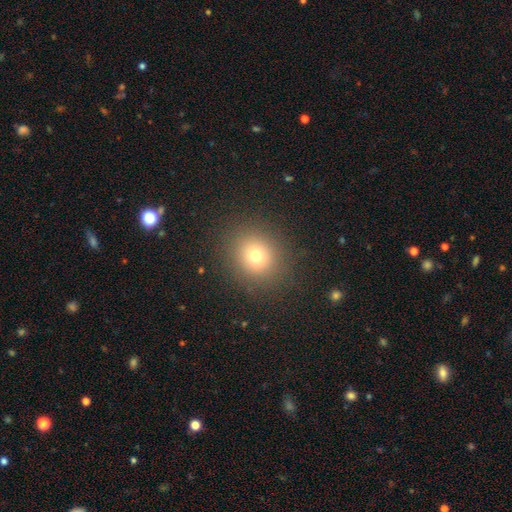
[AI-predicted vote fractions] Morphology: type=smooth (73%); roundness=round (80%); merging=none (88%).